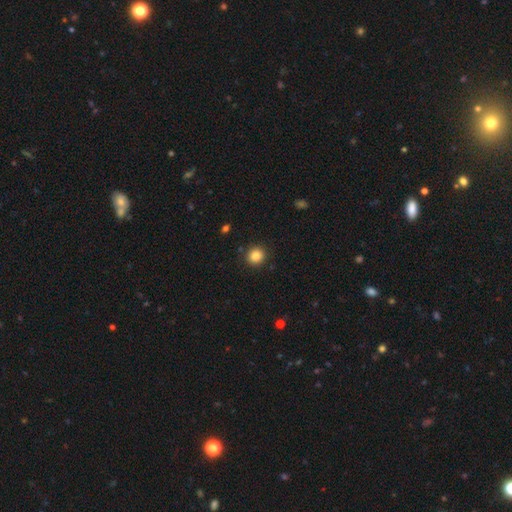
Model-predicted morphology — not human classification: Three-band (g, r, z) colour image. It shows a smooth galaxy with no disk features (85%) that is round (90%). Merging: none (91%).